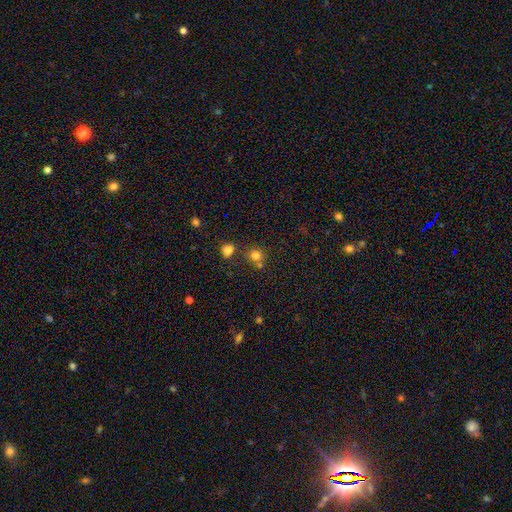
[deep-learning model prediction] Smooth or featured?
  - smooth: 77% *
  - star or artifact: 17%
  - featured or disk: 7%
How rounded?
  - round: 87% *
  - in between: 12%
  - cigar-shaped: 1%
Merging?
  - none: 67% *
  - merger: 21%
  - minor disturbance: 9%
  - major disturbance: 3%